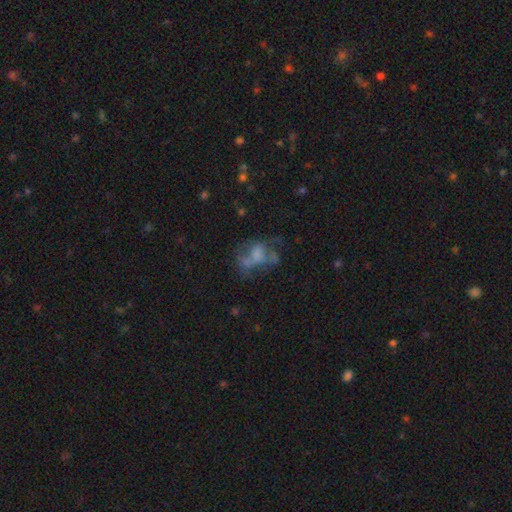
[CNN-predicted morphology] A featured or disk galaxy (48%).

Vote fractions:
- Smooth or featured? featured or disk: 48% / smooth: 35% / star or artifact: 16%
- Merging? major disturbance: 38% / none: 33% / minor disturbance: 17% / merger: 12%